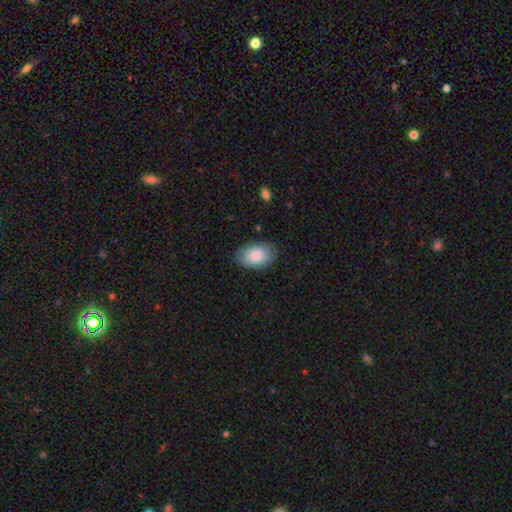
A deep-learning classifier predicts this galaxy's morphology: smooth-or-featured: smooth: 80% | featured or disk: 14% | star or artifact: 6%
  how-rounded: in between: 87% | round: 12% | cigar-shaped: 1%
  merging: none: 79% | minor disturbance: 16% | major disturbance: 3% | merger: 1%